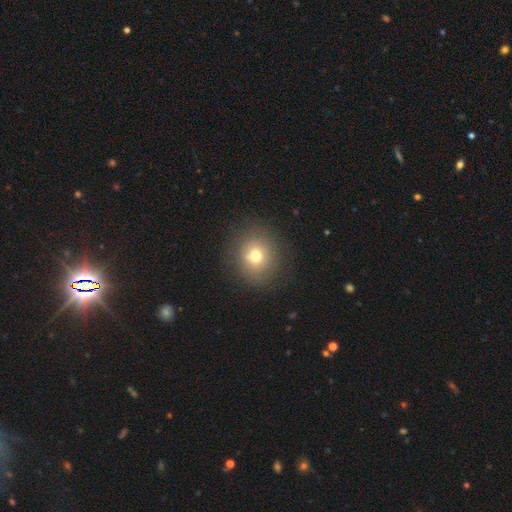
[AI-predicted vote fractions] smooth 73%, star or artifact 14%, featured or disk 13%. Down the decision tree: how rounded — round (80%); merging — none (86%).